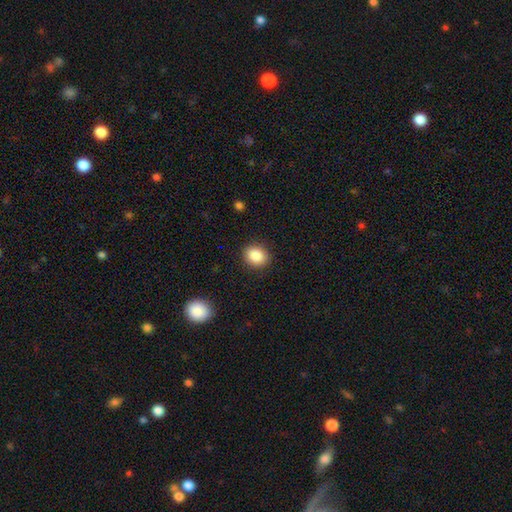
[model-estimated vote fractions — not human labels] Smooth or featured?
  - smooth: 87% *
  - star or artifact: 9%
  - featured or disk: 4%
How rounded?
  - round: 62% *
  - in between: 37%
  - cigar-shaped: 1%
Merging?
  - none: 89% *
  - minor disturbance: 8%
  - major disturbance: 3%
  - merger: 1%